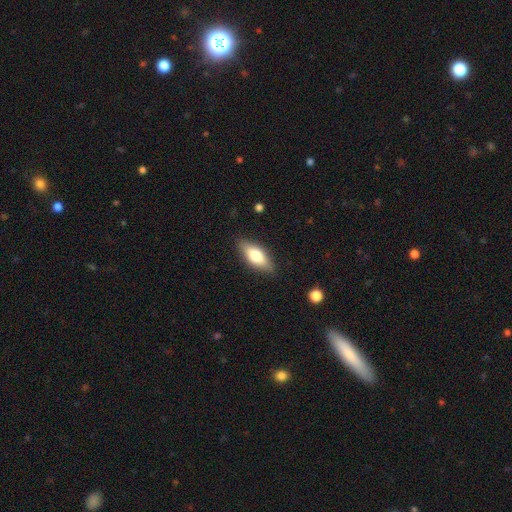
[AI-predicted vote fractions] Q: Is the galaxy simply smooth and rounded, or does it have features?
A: smooth — 68%.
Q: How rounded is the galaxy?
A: in between — 75%.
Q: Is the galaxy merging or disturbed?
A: none — 85%.